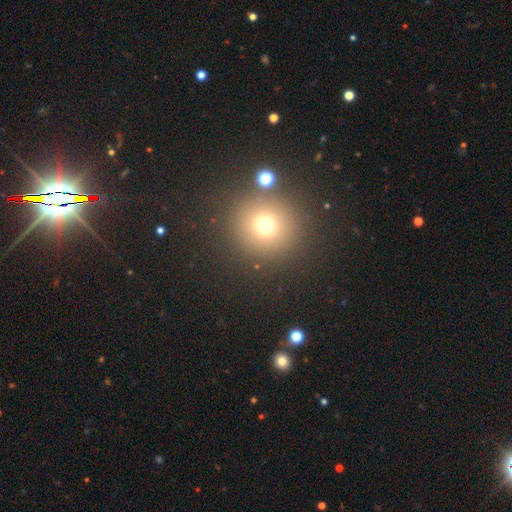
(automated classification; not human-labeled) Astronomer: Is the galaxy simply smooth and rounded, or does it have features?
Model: smooth — 48% (runner-up: star or artifact, 43%).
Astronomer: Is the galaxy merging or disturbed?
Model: none — 89%.